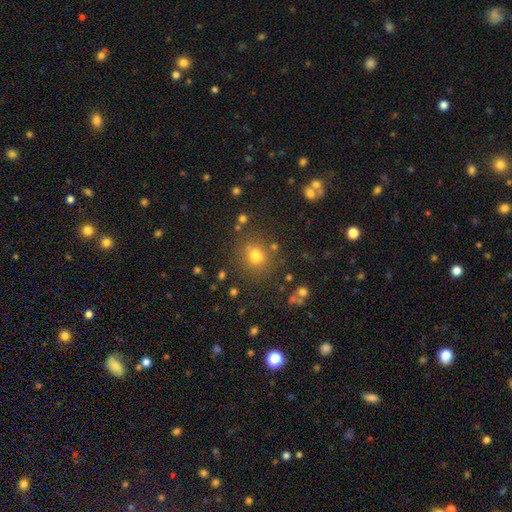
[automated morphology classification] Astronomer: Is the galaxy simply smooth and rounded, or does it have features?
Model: smooth — 74%.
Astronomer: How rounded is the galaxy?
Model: round — 79%.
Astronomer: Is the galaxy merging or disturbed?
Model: none — 79%.